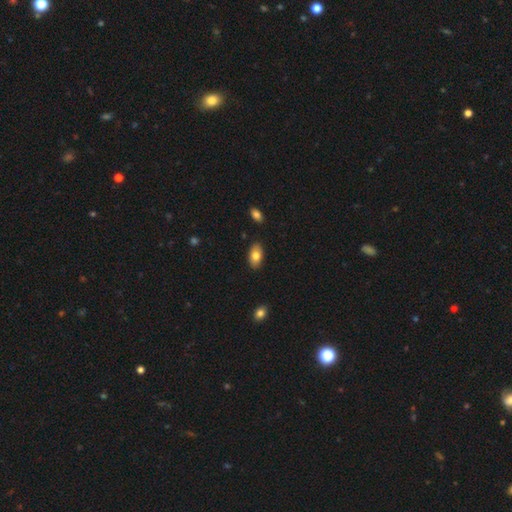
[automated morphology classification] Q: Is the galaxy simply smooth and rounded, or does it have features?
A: smooth — 80%.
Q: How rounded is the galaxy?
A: in between — 93%.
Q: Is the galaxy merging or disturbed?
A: none — 87%.